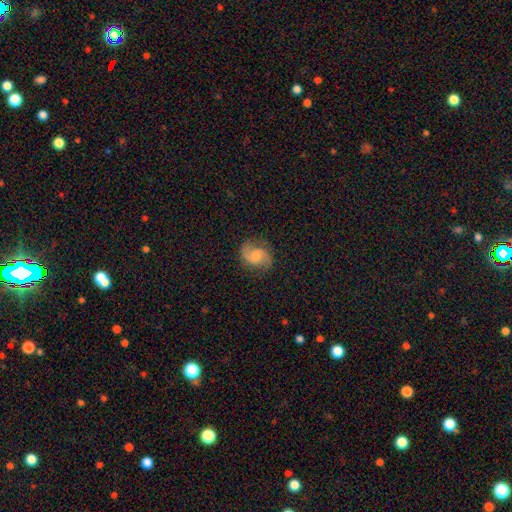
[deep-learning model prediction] Smooth or featured? featured or disk (80%)
Edge-on disk? no (98%)
Bar? no (58%)
Spiral arms? yes (96%)
Spiral winding? medium (51%)
Spiral arm count? 2 (92%)
Bulge size? moderate (51%)
Merging? none (82%)